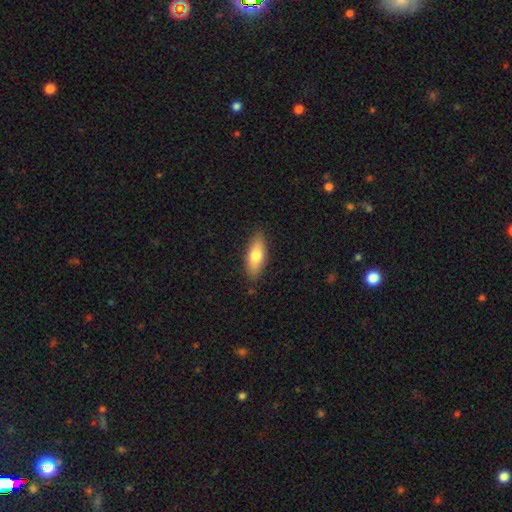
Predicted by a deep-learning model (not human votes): A smooth galaxy with no disk features (75%) that is in between round and cigar-shaped (71%). Merging: none (85%).